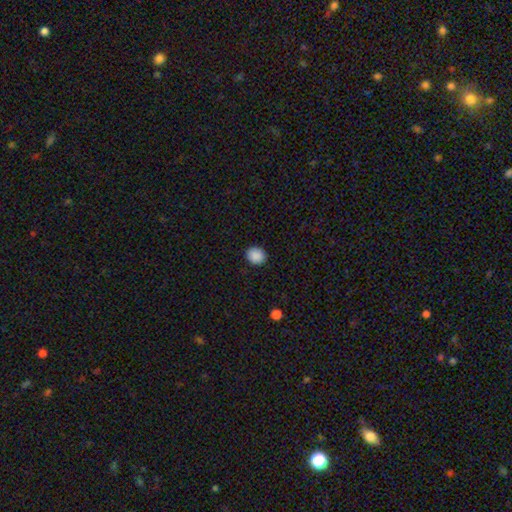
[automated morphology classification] Overall: smooth (89%). How rounded: round (73%). Merging: none (90%).